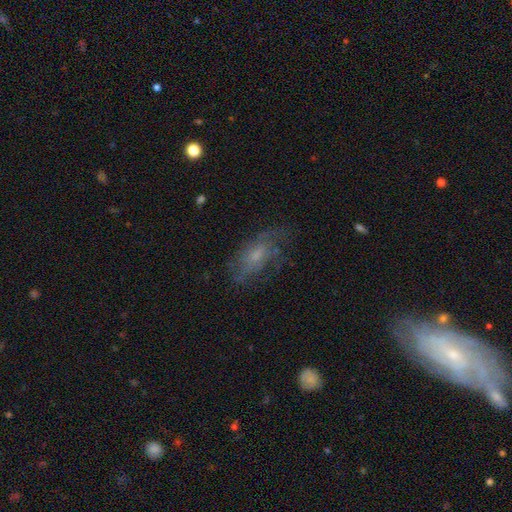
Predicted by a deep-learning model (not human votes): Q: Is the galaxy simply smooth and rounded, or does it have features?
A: featured or disk — 53%.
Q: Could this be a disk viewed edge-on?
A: no — 91%.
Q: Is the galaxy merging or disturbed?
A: none — 58%.